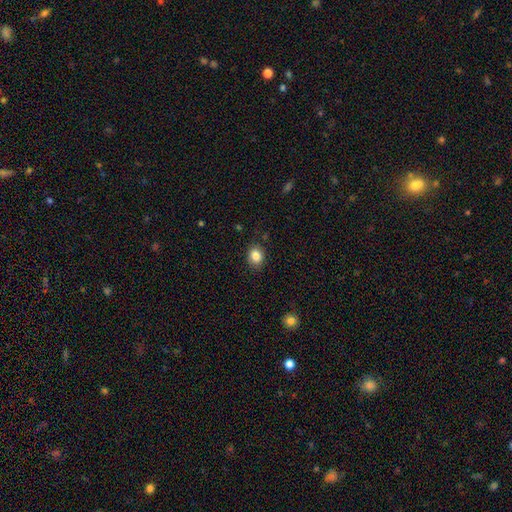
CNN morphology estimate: Q: Smooth or featured?
A: smooth (85%); runner-up: star or artifact (10%)
Q: How rounded?
A: round (52%); runner-up: in between (47%)
Q: Merging?
A: none (85%); runner-up: minor disturbance (11%)